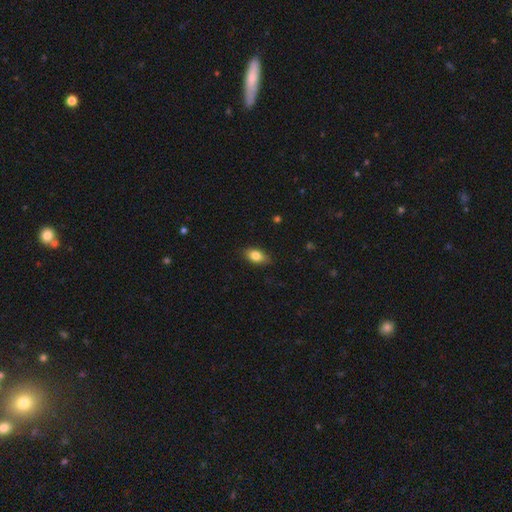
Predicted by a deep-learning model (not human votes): smooth_or_featured: smooth (p=0.81) [alt: featured or disk p=0.11]
how_rounded: in between (p=0.86) [alt: round p=0.08]
merging: none (p=0.83) [alt: minor disturbance p=0.13]